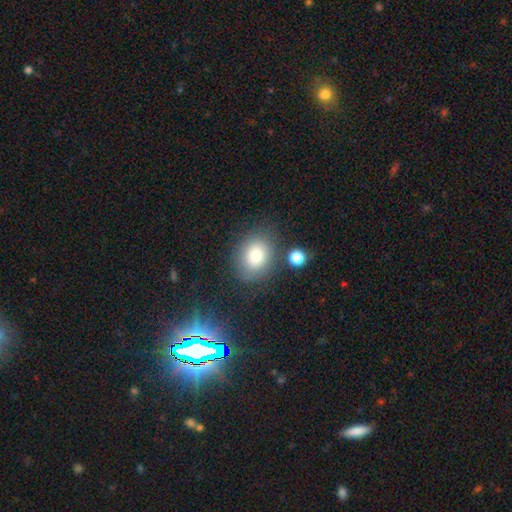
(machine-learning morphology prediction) A smooth galaxy with no disk features (78%) that is in between round and cigar-shaped (51%).

Vote fractions:
- Smooth or featured? smooth: 78% / star or artifact: 14% / featured or disk: 8%
- How rounded? in between: 51% / round: 48% / cigar-shaped: 1%
- Merging? none: 77% / minor disturbance: 13% / merger: 5% / major disturbance: 4%